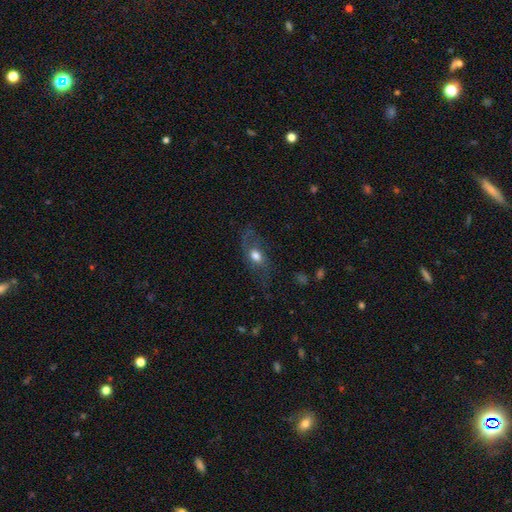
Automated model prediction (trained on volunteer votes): Smooth or featured? smooth (48%)
Merging? none (54%)